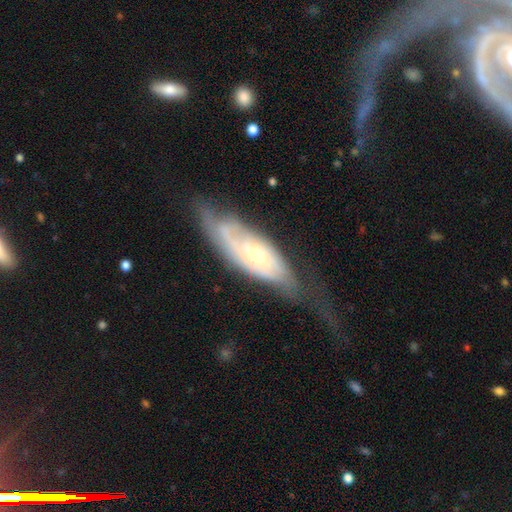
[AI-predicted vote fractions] Morphology: type=featured or disk (70%); edge-on=no (83%); bar=no (74%); spiral arms=yes (80%); bulge=small (49%); merging=none (41%).